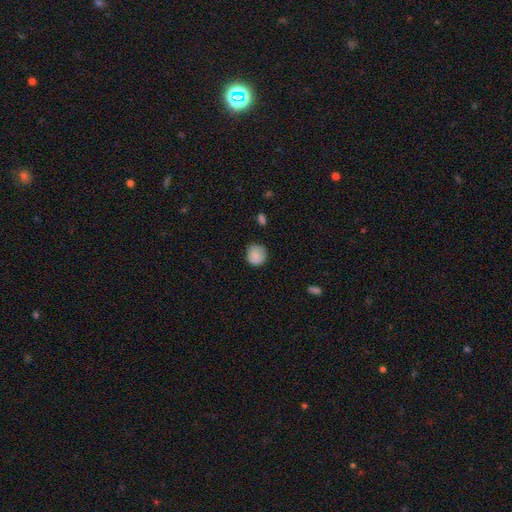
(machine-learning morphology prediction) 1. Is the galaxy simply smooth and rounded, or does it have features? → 87% smooth, 8% star or artifact, 6% featured or disk.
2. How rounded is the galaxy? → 89% round, 10% in between, 1% cigar-shaped.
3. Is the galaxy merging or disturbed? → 78% none, 17% minor disturbance, 3% major disturbance, 1% merger.